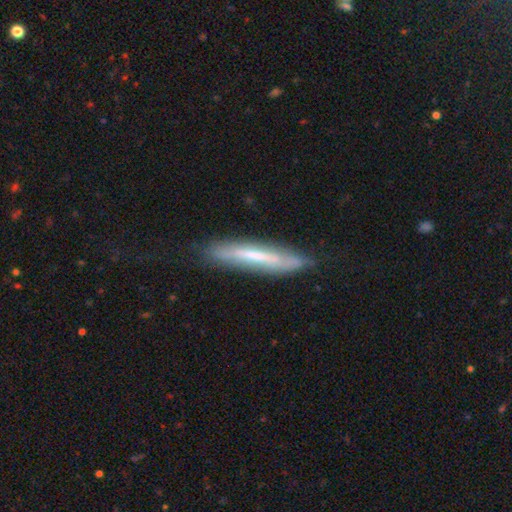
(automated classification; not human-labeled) Morphology: type=featured or disk (52%); edge-on=yes (75%); merging=none (73%).